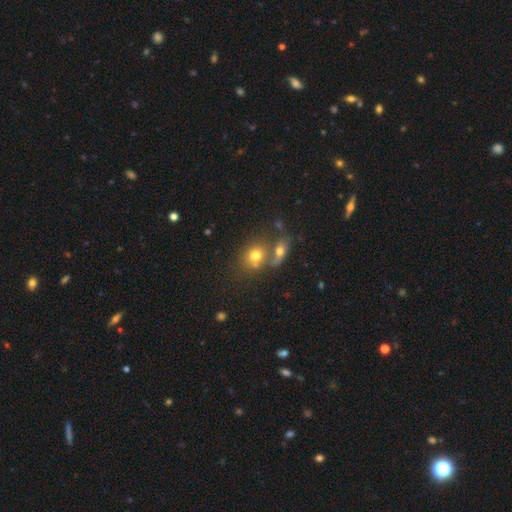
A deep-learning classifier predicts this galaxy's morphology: This is likely a smooth galaxy (71%). How rounded: possibly round (55%). Merging: possibly merger (48%).